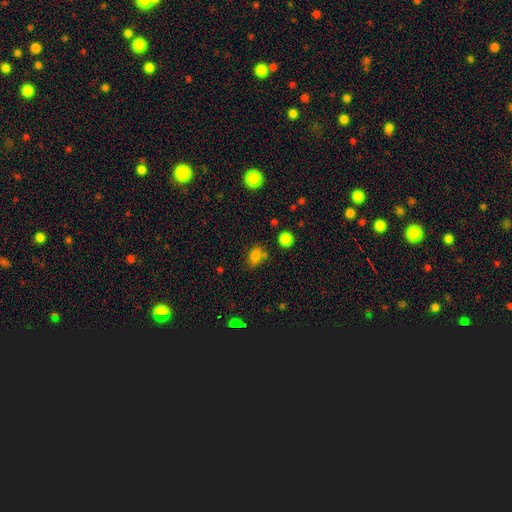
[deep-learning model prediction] Q: Smooth or featured?
A: smooth (80%); runner-up: star or artifact (14%)
Q: How rounded?
A: in between (70%); runner-up: round (28%)
Q: Merging?
A: none (66%); runner-up: minor disturbance (19%)